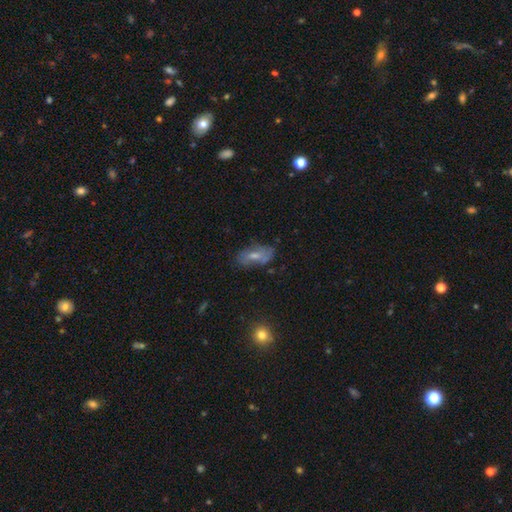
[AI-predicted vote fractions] The model was most divided on "smooth or featured": smooth: 48%, featured or disk: 41%, star or artifact: 11%. More confident: merging — none (60%).